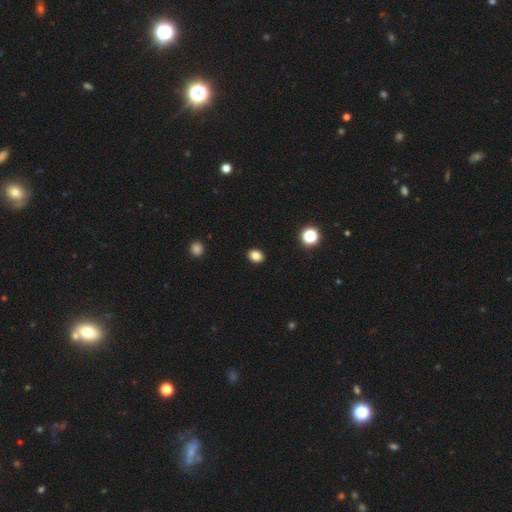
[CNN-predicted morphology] smooth 83%, star or artifact 12%, featured or disk 5%. Down the decision tree: how rounded — in between (50%); merging — none (91%).